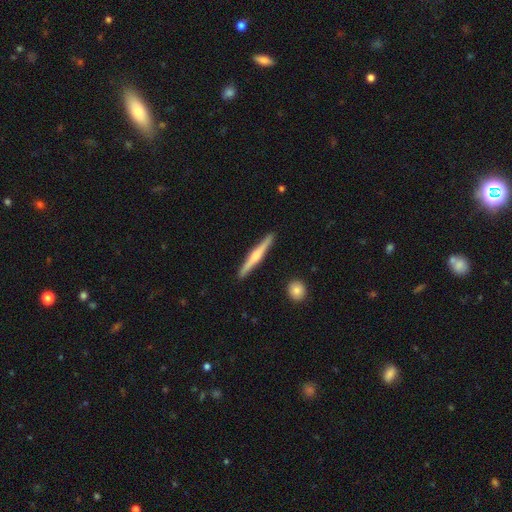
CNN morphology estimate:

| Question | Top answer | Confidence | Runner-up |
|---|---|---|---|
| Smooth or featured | featured or disk | 65% | smooth (31%) |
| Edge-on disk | yes | 98% | no (2%) |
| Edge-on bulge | rounded | 74% | boxy (14%) |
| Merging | none | 91% | minor disturbance (6%) |